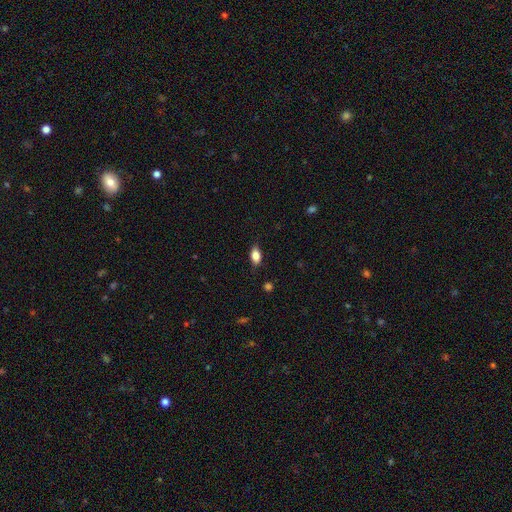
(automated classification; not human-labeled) smooth_or_featured: smooth (p=0.82) [alt: featured or disk p=0.10]
how_rounded: in between (p=0.86) [alt: cigar-shaped p=0.07]
merging: none (p=0.81) [alt: minor disturbance p=0.15]